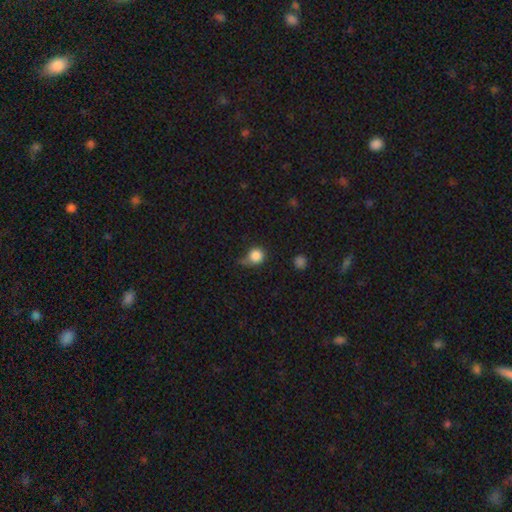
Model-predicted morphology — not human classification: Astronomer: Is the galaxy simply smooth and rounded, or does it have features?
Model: smooth — 85%.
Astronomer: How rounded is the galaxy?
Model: round — 89%.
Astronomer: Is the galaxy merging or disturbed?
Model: none — 53% (runner-up: minor disturbance, 30%).